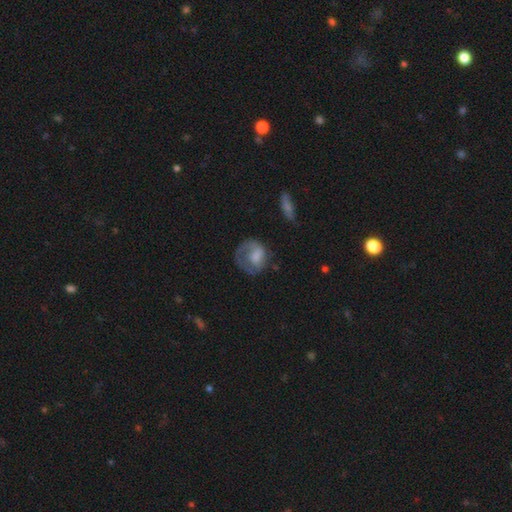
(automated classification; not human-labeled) This appears to be a smooth galaxy with no disk features (48%). Merging: none (45%).